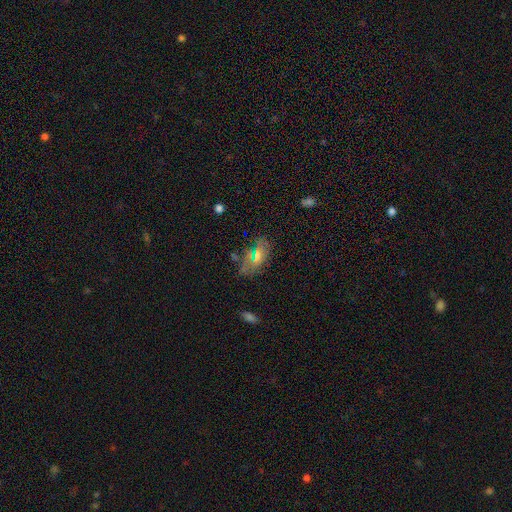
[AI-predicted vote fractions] This appears to be a smooth galaxy with no disk features (55%) that is in between round and cigar-shaped (86%). Merging: none (73%).